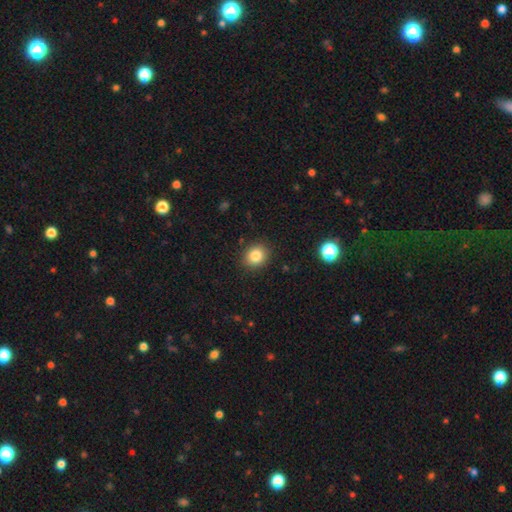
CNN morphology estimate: This appears to be a smooth galaxy with no disk features (83%) that is round (73%). Merging: none (89%).